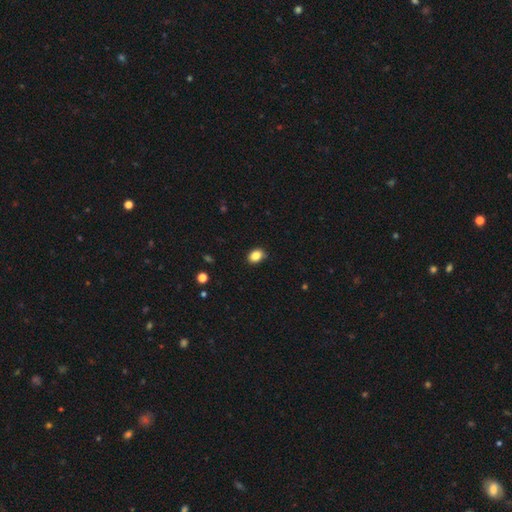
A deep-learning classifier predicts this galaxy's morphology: smooth 87%, star or artifact 9%, featured or disk 4%. Down the decision tree: how rounded — in between (67%); merging — none (87%).